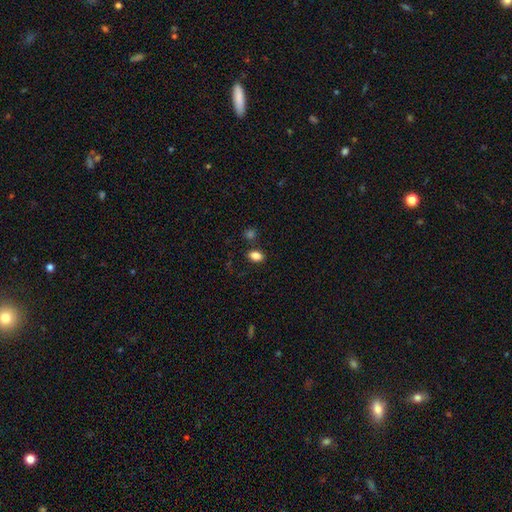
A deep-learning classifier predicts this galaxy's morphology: Overall: smooth (84%). How rounded: in between (84%). Merging: none (82%).